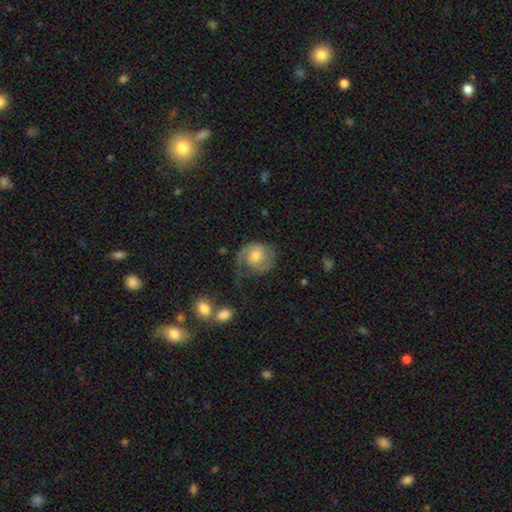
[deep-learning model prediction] Smooth or featured?
  - featured or disk: 60% *
  - smooth: 33%
  - star or artifact: 7%
Edge-on disk?
  - no: 97% *
  - yes: 3%
Bar?
  - no: 67% *
  - weak: 28%
  - strong: 5%
Spiral arms?
  - yes: 86% *
  - no: 14%
Spiral winding?
  - tight: 37% * (tied)
  - medium: 37% * (tied)
  - loose: 26%
Spiral arm count?
  - 1: 54% *
  - 2: 31%
  - can't tell: 11%
  - 3: 2%
  - 4: 1%
  - more than 4: 1%
Bulge size?
  - moderate: 61% *
  - small: 24%
  - large: 11%
  - none: 3%
  - dominant: 2%
Merging?
  - none: 44% *
  - major disturbance: 31%
  - minor disturbance: 22%
  - merger: 3%